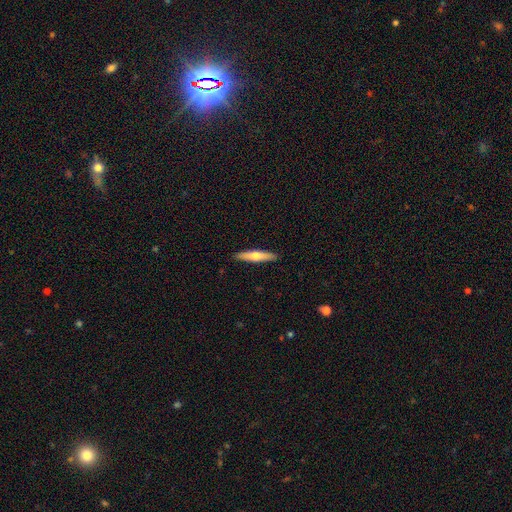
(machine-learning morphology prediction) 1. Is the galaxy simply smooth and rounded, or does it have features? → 56% smooth, 39% featured or disk, 5% star or artifact.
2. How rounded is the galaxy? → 85% cigar-shaped, 13% in between, 2% round.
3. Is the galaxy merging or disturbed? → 90% none, 7% minor disturbance, 1% major disturbance, 1% merger.